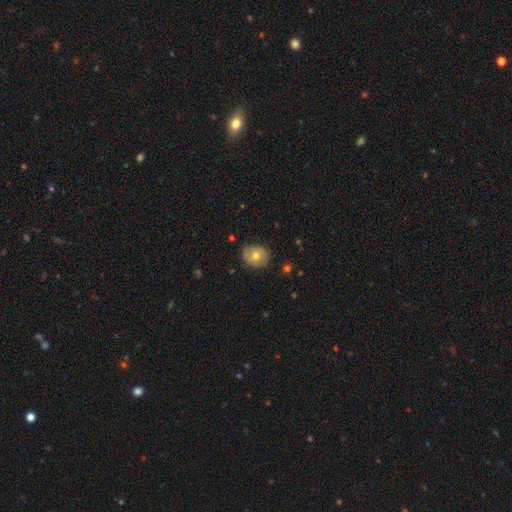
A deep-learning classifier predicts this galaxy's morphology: Smooth or featured? smooth (66%)
How rounded? round (67%)
Merging? none (80%)